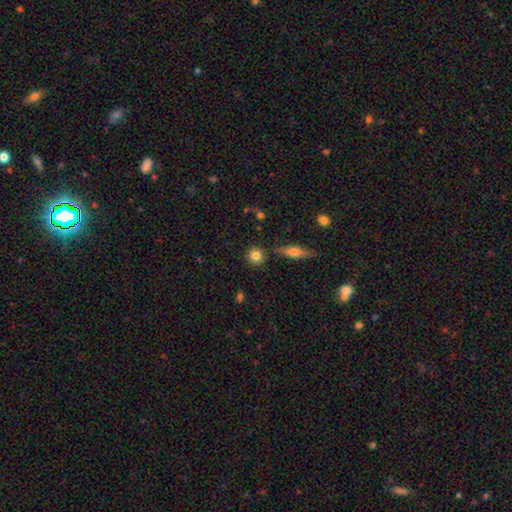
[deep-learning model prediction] A smooth galaxy with no disk features (80%) that is round (90%). Merging: none (85%).